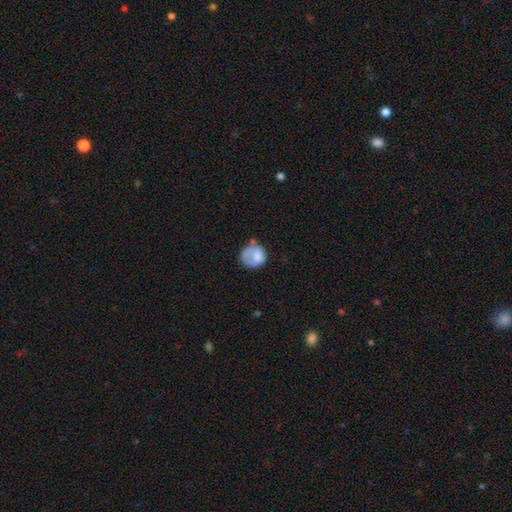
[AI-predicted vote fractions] Smooth or featured: smooth — 70% (featured or disk — 22%)
How rounded: round — 76% (in between — 23%)
Merging: none — 45% (minor disturbance — 28%)